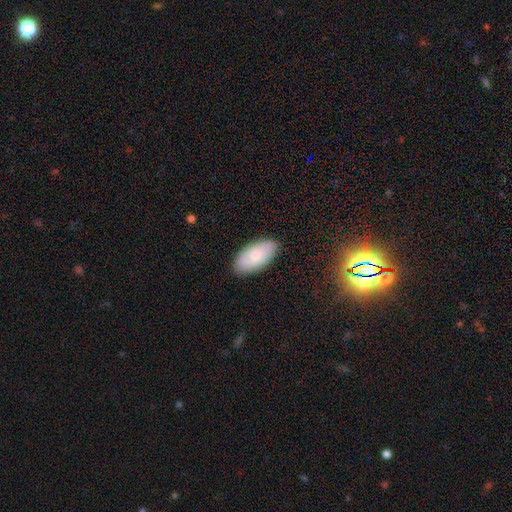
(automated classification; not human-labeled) Q: Smooth or featured?
A: smooth (76%); runner-up: featured or disk (17%)
Q: How rounded?
A: in between (95%); runner-up: cigar-shaped (3%)
Q: Merging?
A: none (85%); runner-up: minor disturbance (11%)